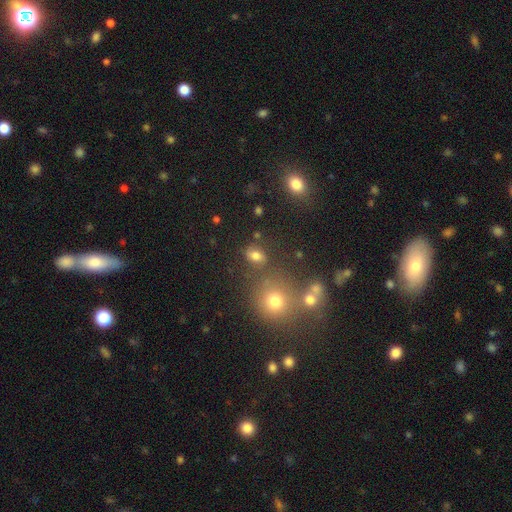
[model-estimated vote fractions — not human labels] smooth-or-featured: smooth: 74% | star or artifact: 17% | featured or disk: 9%
  how-rounded: in between: 71% | round: 27% | cigar-shaped: 2%
  merging: none: 72% | minor disturbance: 14% | merger: 9% | major disturbance: 5%